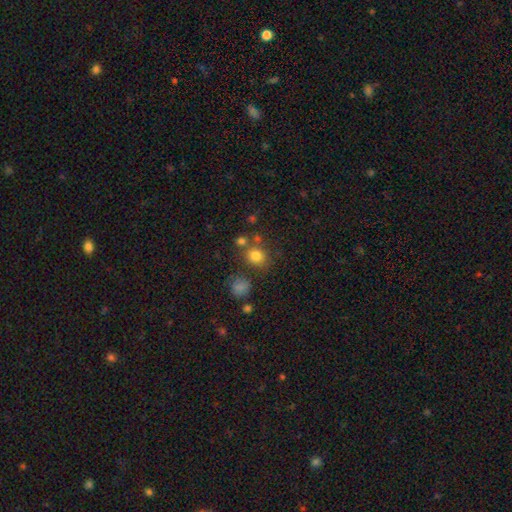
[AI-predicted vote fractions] A smooth galaxy with no disk features (79%) that is round (77%). Merging: none (70%).